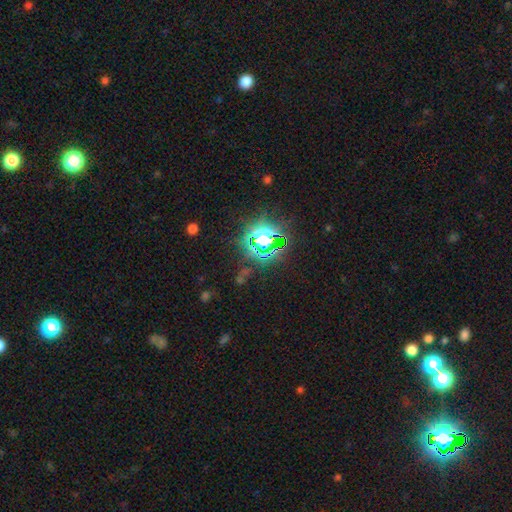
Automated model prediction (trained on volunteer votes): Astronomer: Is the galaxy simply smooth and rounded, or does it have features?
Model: star or artifact — 79%.